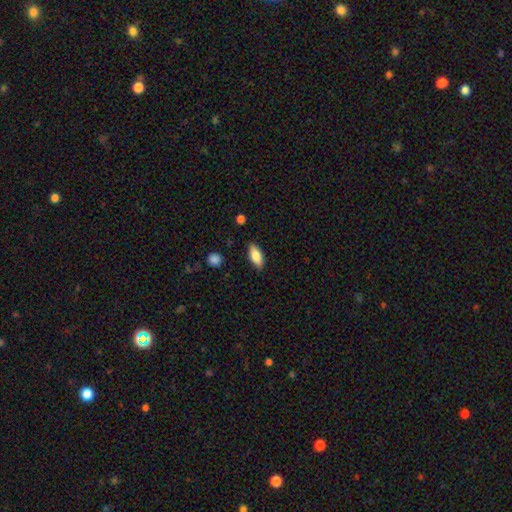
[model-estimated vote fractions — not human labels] smooth_or_featured: smooth (p=0.80) [alt: featured or disk p=0.14]
how_rounded: in between (p=0.83) [alt: cigar-shaped p=0.14]
merging: none (p=0.85) [alt: minor disturbance p=0.11]